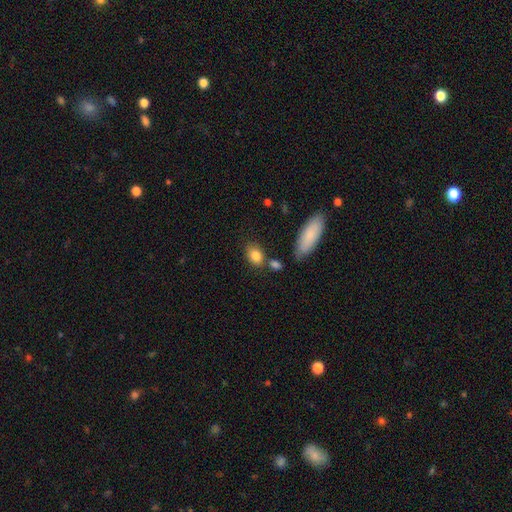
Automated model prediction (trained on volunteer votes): This is clearly a smooth galaxy (84%). How rounded: likely in between (79%). Merging: likely none (67%).